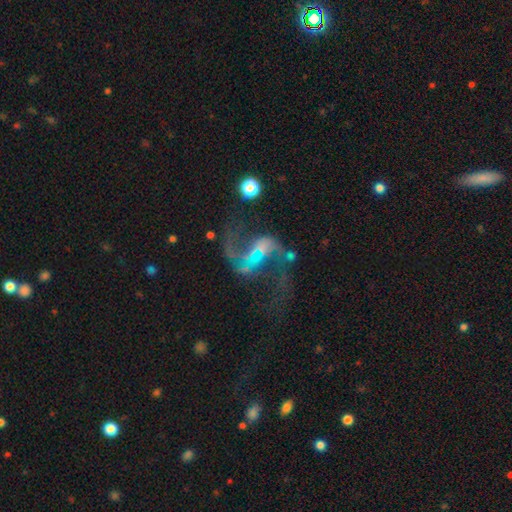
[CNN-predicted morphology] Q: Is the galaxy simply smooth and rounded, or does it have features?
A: featured or disk — 82%.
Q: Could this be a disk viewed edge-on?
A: no — 97%.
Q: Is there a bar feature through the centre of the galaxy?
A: weak — 47%.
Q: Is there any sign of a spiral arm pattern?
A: yes — 92%.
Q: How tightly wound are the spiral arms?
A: loose — 70%.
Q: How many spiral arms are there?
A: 2 — 89%.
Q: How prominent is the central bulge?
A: small — 45%.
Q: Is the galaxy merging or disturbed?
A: none — 53%.